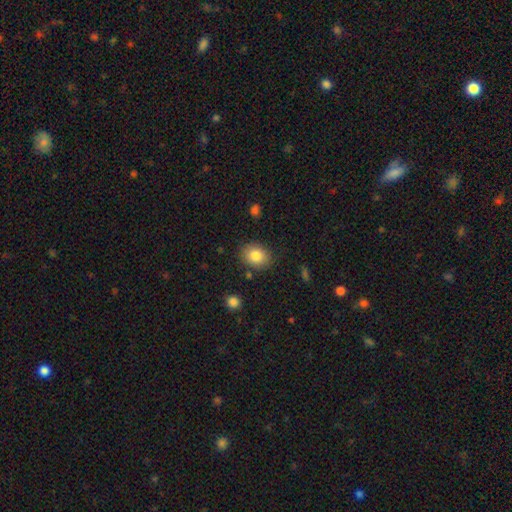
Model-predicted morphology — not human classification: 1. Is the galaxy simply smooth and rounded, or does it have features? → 83% smooth, 9% featured or disk, 9% star or artifact.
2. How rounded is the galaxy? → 55% in between, 44% round, 1% cigar-shaped.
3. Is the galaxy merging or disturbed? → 84% none, 11% minor disturbance, 3% major disturbance, 2% merger.